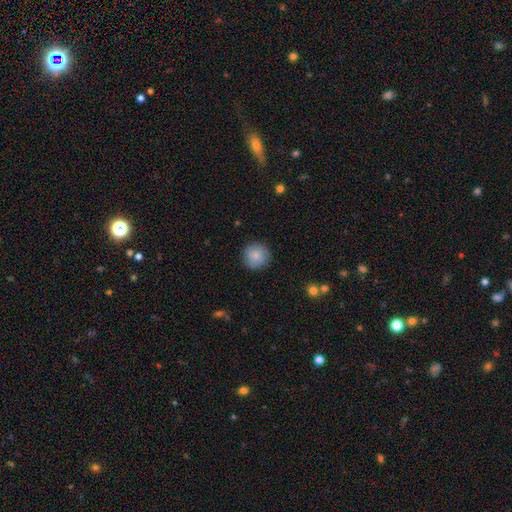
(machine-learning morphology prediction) Smooth or featured? smooth (85%)
How rounded? round (95%)
Merging? none (89%)